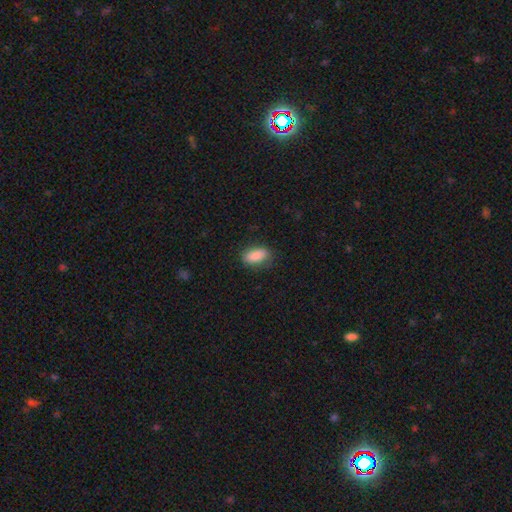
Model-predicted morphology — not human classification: Q: Smooth or featured?
A: smooth (88%); runner-up: star or artifact (7%)
Q: How rounded?
A: in between (91%); runner-up: cigar-shaped (5%)
Q: Merging?
A: none (79%); runner-up: minor disturbance (16%)